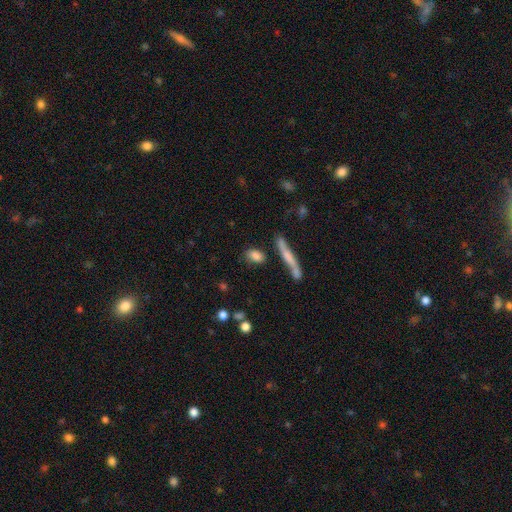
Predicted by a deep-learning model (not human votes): This appears to be a smooth galaxy with no disk features (81%) that is in between round and cigar-shaped (75%). Merging: none (71%).